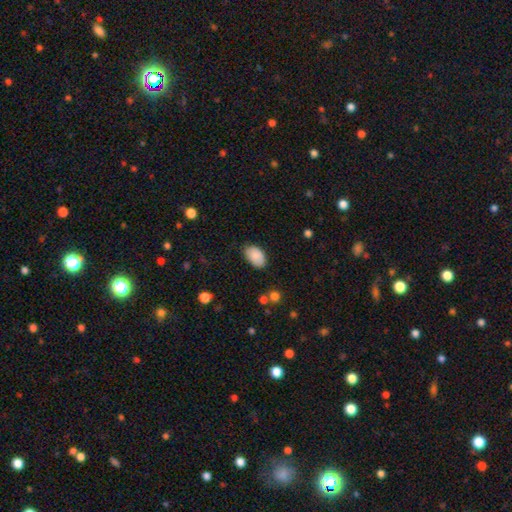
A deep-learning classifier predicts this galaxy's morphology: This appears to be a smooth galaxy with no disk features (88%) that is in between round and cigar-shaped (93%). Merging: none (80%).